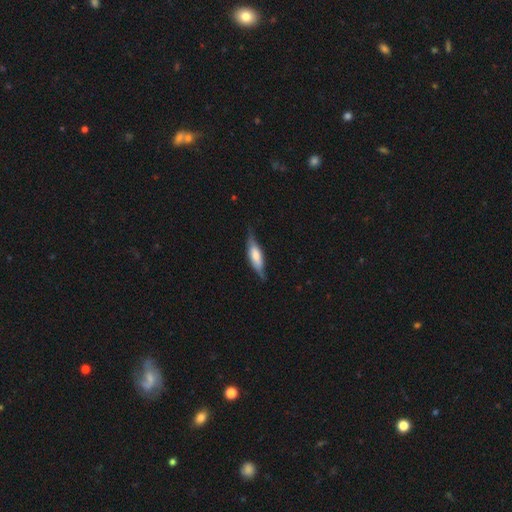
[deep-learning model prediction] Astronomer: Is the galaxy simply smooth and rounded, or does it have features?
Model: smooth — 49% (runner-up: featured or disk, 45%).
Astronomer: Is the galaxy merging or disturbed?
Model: none — 70%.